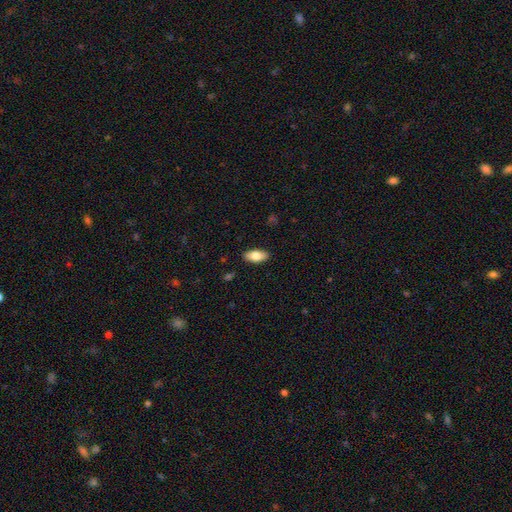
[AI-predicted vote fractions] The model was most divided on "smooth or featured": smooth: 79%, featured or disk: 14%, star or artifact: 6%. More confident: how rounded — in between (90%); merging — none (89%).